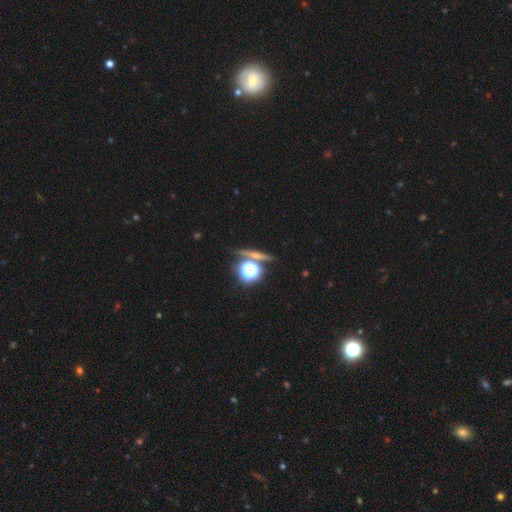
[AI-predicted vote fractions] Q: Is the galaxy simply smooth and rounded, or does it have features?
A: star or artifact — 37%.